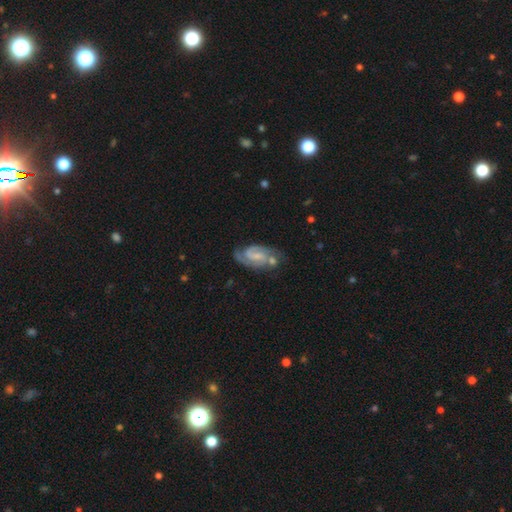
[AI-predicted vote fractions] This appears to be a featured or disk galaxy (87%) with a weak bar (51%), 2 (88%) medium (51%) spiral arms (97%) and a small central bulge (53%). Merging: none (60%).